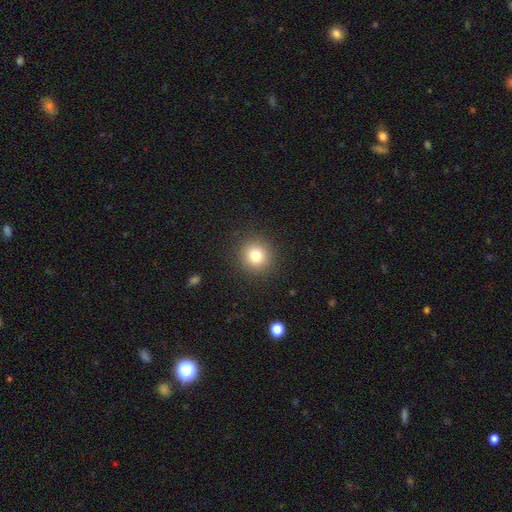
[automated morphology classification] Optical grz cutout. It shows a smooth galaxy with no disk features (79%) that is round (92%). Merging: none (90%).